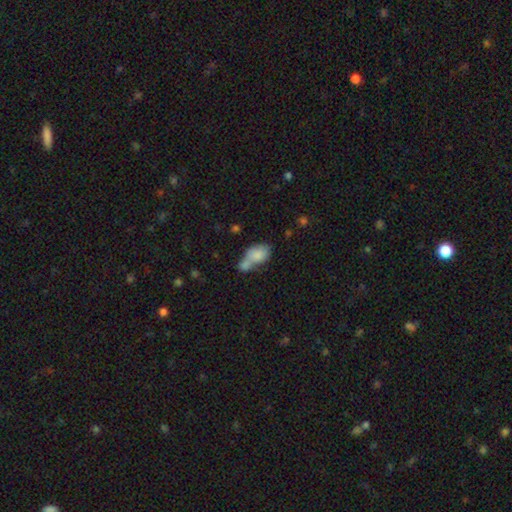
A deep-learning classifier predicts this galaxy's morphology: Smooth or featured? Predicted: smooth (p=0.79). How rounded? Predicted: in between (p=0.80). Merging? Predicted: merger (p=0.60).